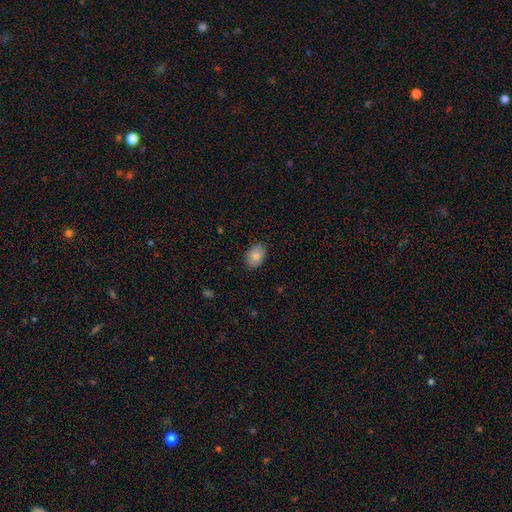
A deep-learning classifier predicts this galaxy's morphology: The model was most divided on "how rounded": in between: 77%, round: 22%, cigar-shaped: 1%. More confident: merging — none (85%); smooth or featured — smooth (82%).